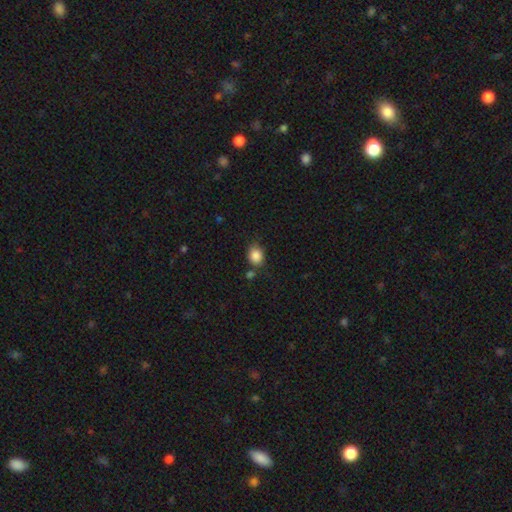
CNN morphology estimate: type=smooth (86%); roundness=in between (50%); merging=none (69%).